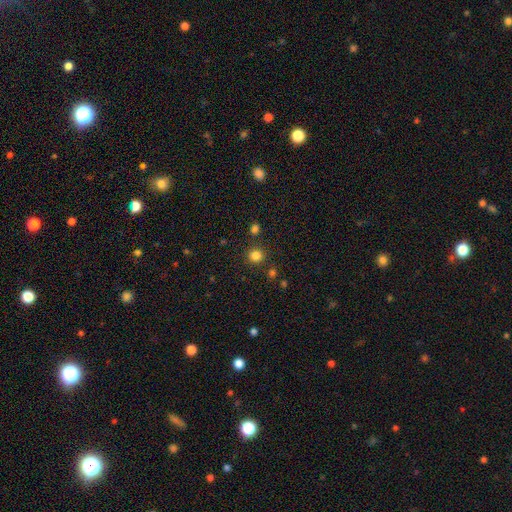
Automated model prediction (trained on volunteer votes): A smooth galaxy with no disk features (81%) that is round (92%).

Vote fractions:
- Smooth or featured? smooth: 81% / star or artifact: 15% / featured or disk: 4%
- How rounded? round: 92% / in between: 7% / cigar-shaped: 1%
- Merging? none: 87% / minor disturbance: 6% / merger: 4% / major disturbance: 2%